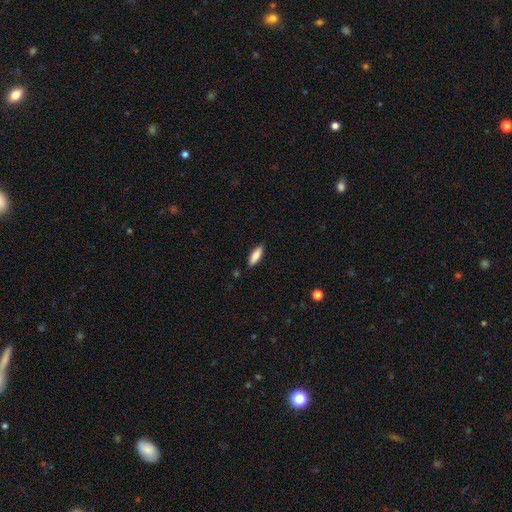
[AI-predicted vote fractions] Morphology: type=smooth (84%); roundness=in between (62%); merging=none (87%).